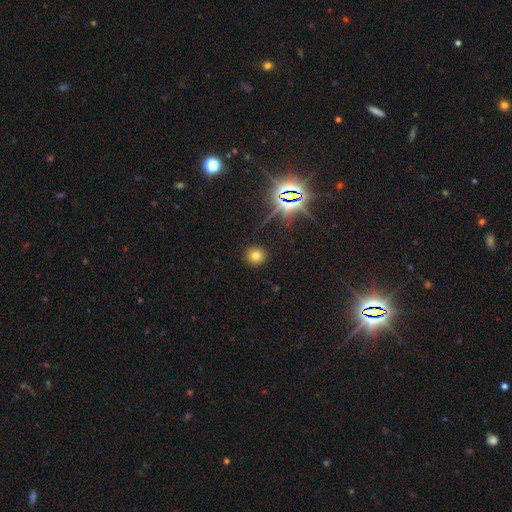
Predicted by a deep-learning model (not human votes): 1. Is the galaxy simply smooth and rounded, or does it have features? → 71% smooth, 20% star or artifact, 9% featured or disk.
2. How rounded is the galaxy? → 89% round, 10% in between, 1% cigar-shaped.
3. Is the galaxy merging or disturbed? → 90% none, 6% minor disturbance, 2% major disturbance, 2% merger.